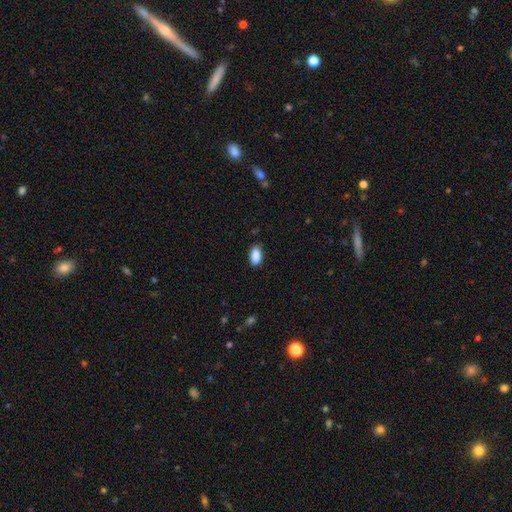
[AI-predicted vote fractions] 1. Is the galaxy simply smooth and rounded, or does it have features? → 89% smooth, 7% star or artifact, 4% featured or disk.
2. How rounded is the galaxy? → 92% in between, 4% round, 4% cigar-shaped.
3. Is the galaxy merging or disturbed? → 83% none, 14% minor disturbance, 2% major disturbance, 1% merger.